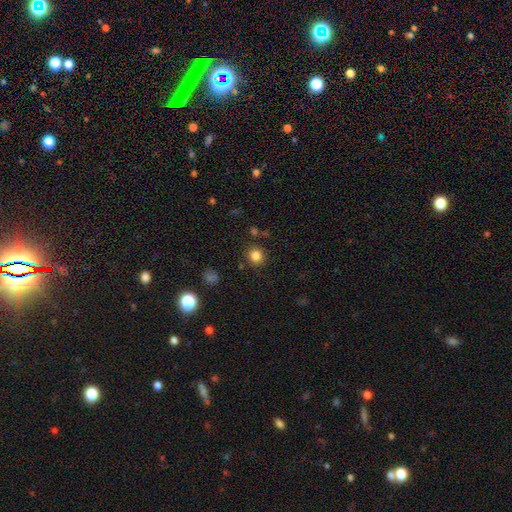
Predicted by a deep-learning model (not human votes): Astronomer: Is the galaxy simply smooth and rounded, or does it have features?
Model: smooth — 83%.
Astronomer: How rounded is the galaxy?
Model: round — 86%.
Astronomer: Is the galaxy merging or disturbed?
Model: none — 87%.